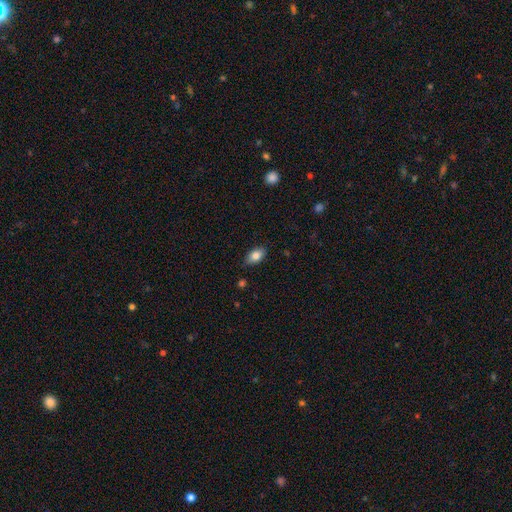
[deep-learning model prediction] Smooth or featured? Predicted: smooth (p=0.81). How rounded? Predicted: in between (p=0.90). Merging? Predicted: none (p=0.83).